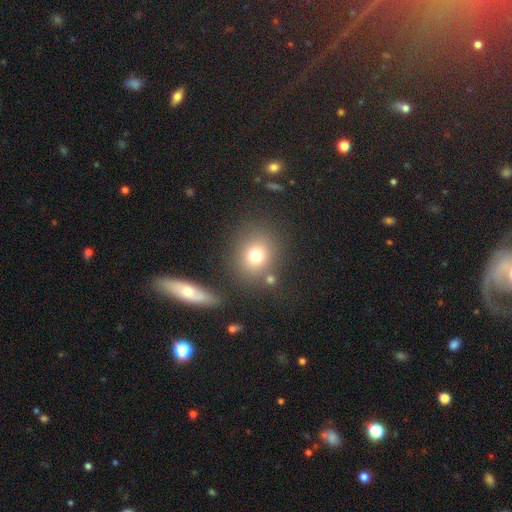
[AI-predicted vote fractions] Smooth or featured: smooth — 75% (star or artifact — 14%)
How rounded: round — 76% (in between — 23%)
Merging: none — 75% (minor disturbance — 11%)